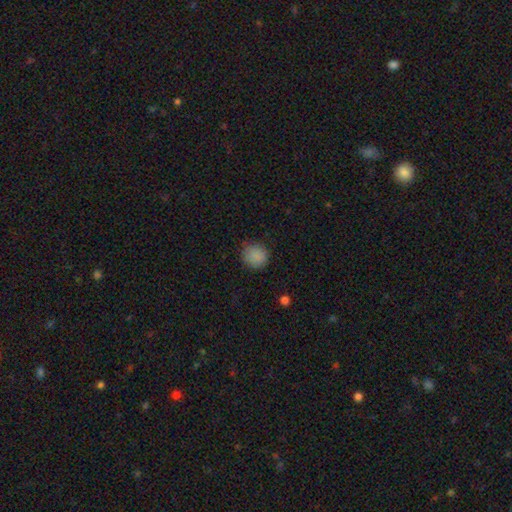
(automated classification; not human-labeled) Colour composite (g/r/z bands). It shows a smooth galaxy with no disk features (87%) that is round (91%). Merging: none (85%).